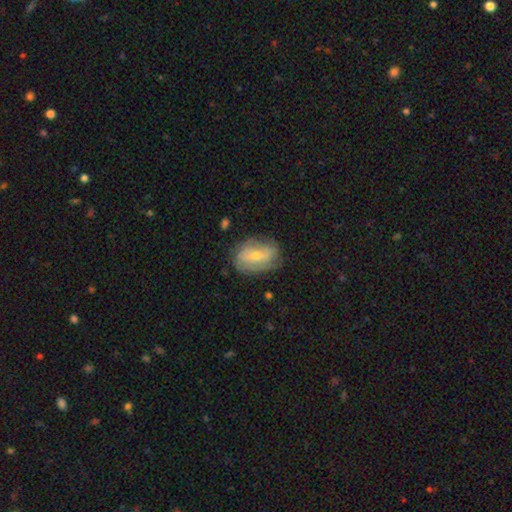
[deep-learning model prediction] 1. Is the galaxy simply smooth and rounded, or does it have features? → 51% featured or disk, 42% smooth, 7% star or artifact.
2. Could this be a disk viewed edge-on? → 95% no, 5% yes.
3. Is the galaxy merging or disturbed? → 68% none, 23% minor disturbance, 8% major disturbance, 2% merger.